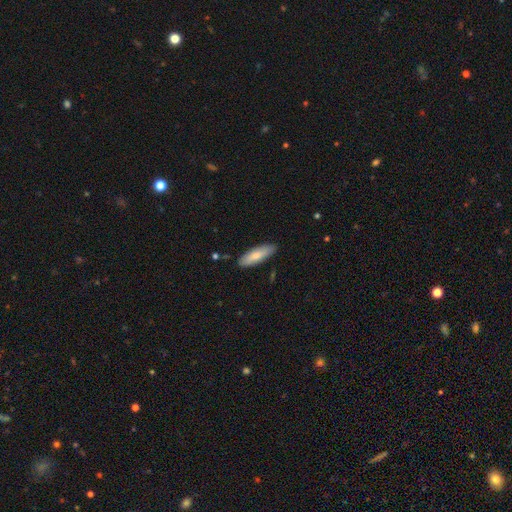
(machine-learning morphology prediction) Q: Smooth or featured?
A: smooth (75%); runner-up: featured or disk (20%)
Q: How rounded?
A: in between (51%); runner-up: cigar-shaped (47%)
Q: Merging?
A: none (87%); runner-up: minor disturbance (10%)